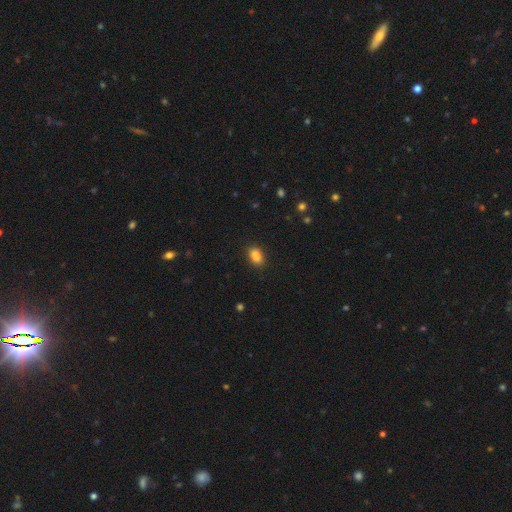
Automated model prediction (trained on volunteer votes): smooth 87%, star or artifact 9%, featured or disk 5%. Down the decision tree: how rounded — in between (87%); merging — none (88%).